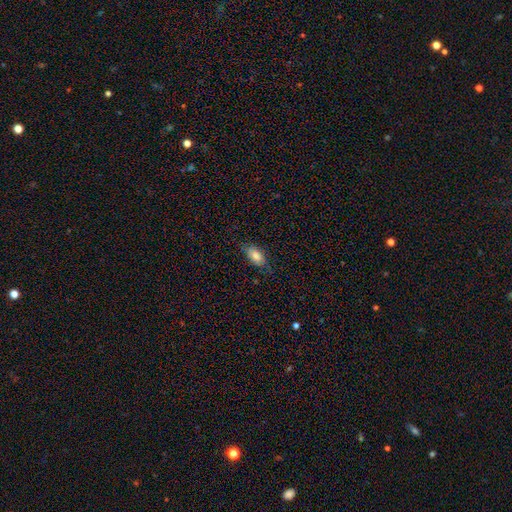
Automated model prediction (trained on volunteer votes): smooth_or_featured: smooth (p=0.81) [alt: featured or disk p=0.12]
how_rounded: in between (p=0.88) [alt: cigar-shaped p=0.08]
merging: none (p=0.74) [alt: minor disturbance p=0.20]